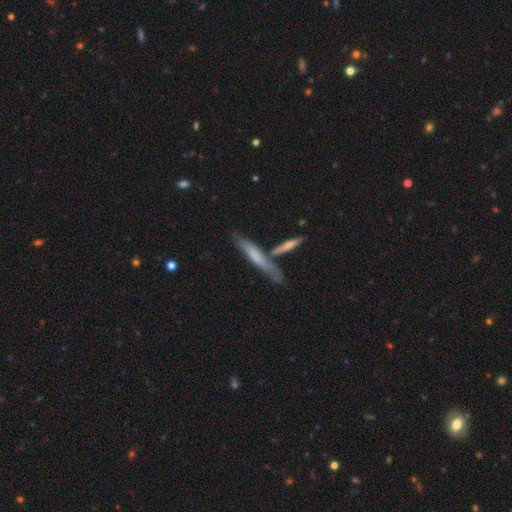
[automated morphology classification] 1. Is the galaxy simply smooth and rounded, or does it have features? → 52% smooth, 41% featured or disk, 7% star or artifact.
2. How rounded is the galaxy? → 88% cigar-shaped, 10% in between, 2% round.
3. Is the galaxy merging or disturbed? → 58% none, 22% merger, 15% minor disturbance, 5% major disturbance.